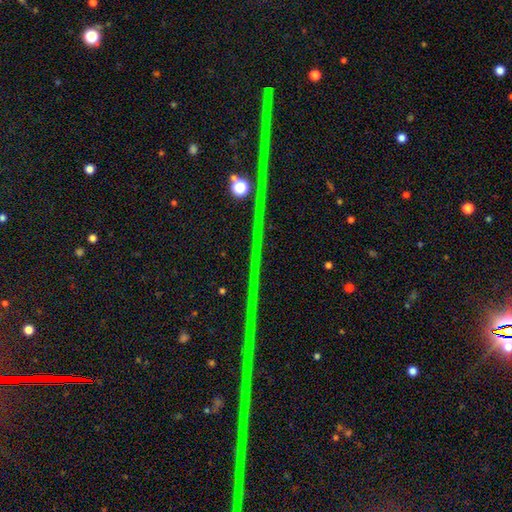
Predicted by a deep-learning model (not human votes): Q: Smooth or featured?
A: star or artifact (87%); runner-up: featured or disk (7%)